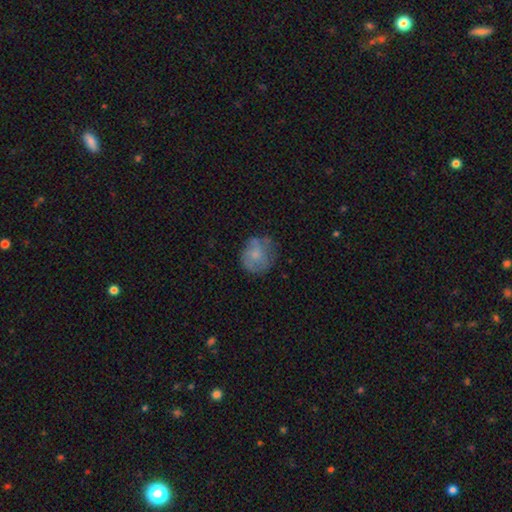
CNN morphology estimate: Smooth or featured: smooth — 60% (featured or disk — 31%)
How rounded: round — 77% (in between — 22%)
Merging: none — 55% (minor disturbance — 27%)